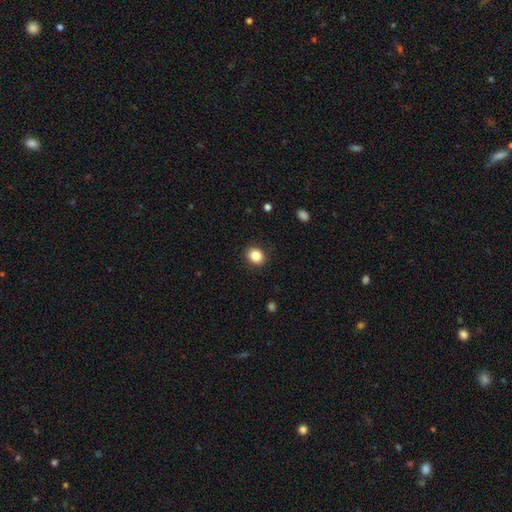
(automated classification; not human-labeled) Morphology: type=smooth (85%); roundness=round (67%); merging=none (90%).